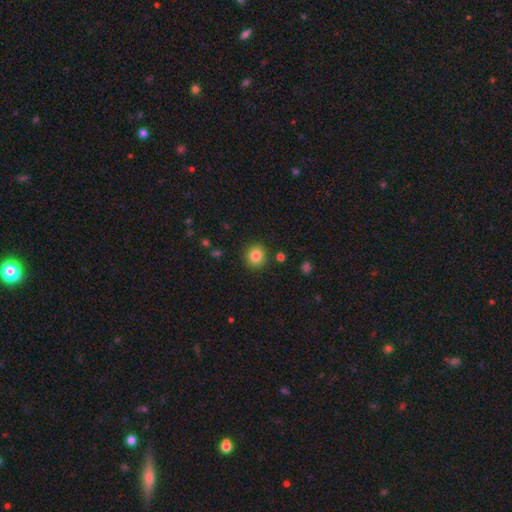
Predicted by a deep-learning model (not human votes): Smooth or featured? smooth (85%)
How rounded? round (90%)
Merging? none (89%)